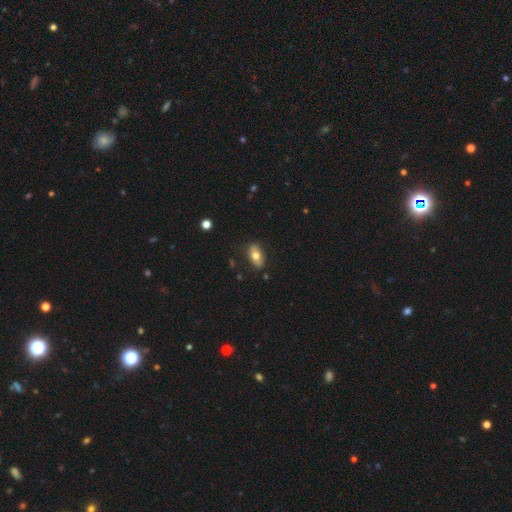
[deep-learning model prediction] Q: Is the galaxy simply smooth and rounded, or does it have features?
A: smooth — 66%.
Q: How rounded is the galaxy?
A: in between — 86%.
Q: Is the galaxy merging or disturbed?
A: none — 77%.